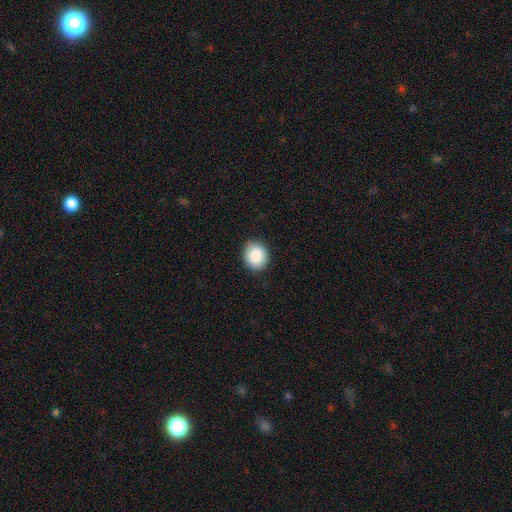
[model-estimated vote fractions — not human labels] A smooth galaxy with no disk features (86%) that is round (78%).

Vote fractions:
- Smooth or featured? smooth: 86% / star or artifact: 8% / featured or disk: 6%
- How rounded? round: 78% / in between: 21% / cigar-shaped: 1%
- Merging? none: 89% / minor disturbance: 8% / major disturbance: 2% / merger: 1%